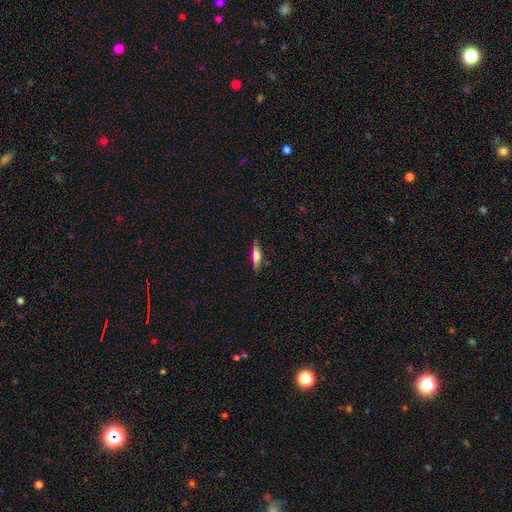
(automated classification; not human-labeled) Q: Smooth or featured?
A: smooth (48%); runner-up: featured or disk (46%)
Q: Merging?
A: none (86%); runner-up: minor disturbance (11%)